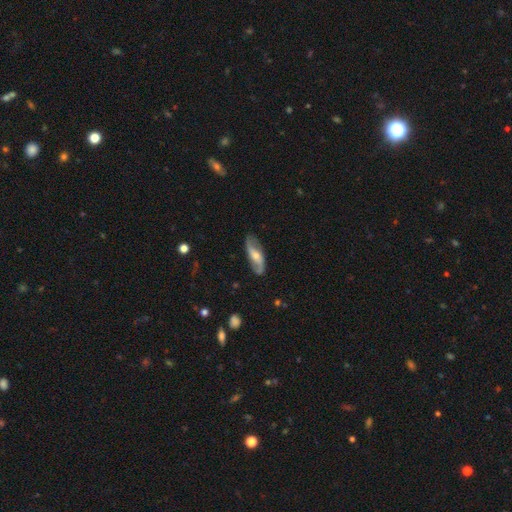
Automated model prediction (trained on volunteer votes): Smooth or featured: featured or disk — 67% (smooth — 27%)
Edge-on disk: no — 83% (yes — 17%)
Bar: no — 43% (weak — 34%)
Spiral arms: yes — 86% (no — 14%)
Bulge size: moderate — 49% (small — 45%)
Merging: none — 75% (minor disturbance — 19%)